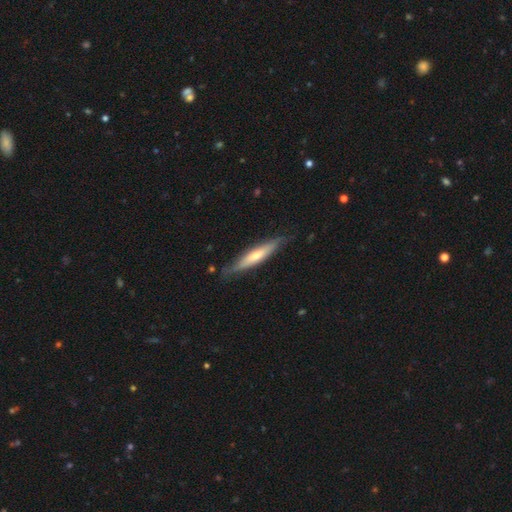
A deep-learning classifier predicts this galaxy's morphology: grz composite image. It shows a smooth galaxy with no disk features (48%). Merging: none (78%).